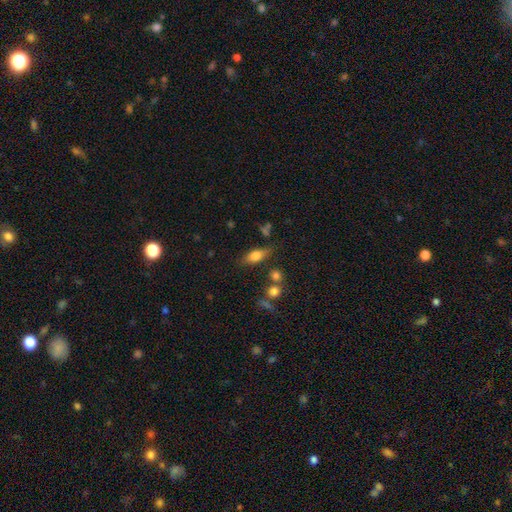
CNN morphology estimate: This is likely a smooth galaxy (72%). How rounded: likely in between (77%). Merging: likely none (69%).